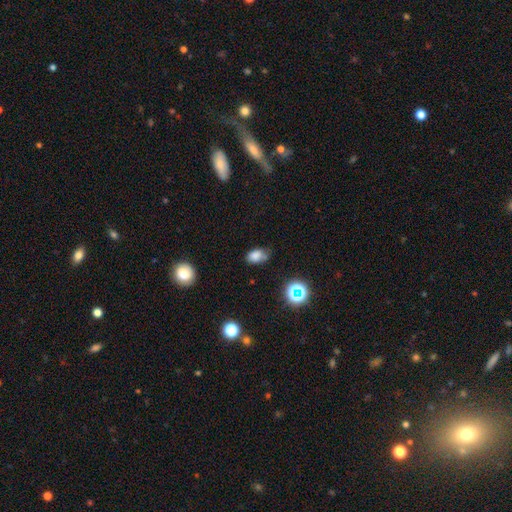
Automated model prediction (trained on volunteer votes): Smooth or featured?
  - smooth: 76% *
  - star or artifact: 14%
  - featured or disk: 10%
How rounded?
  - in between: 84% *
  - round: 15%
  - cigar-shaped: 2%
Merging?
  - none: 55% *
  - minor disturbance: 31%
  - major disturbance: 8%
  - merger: 6%